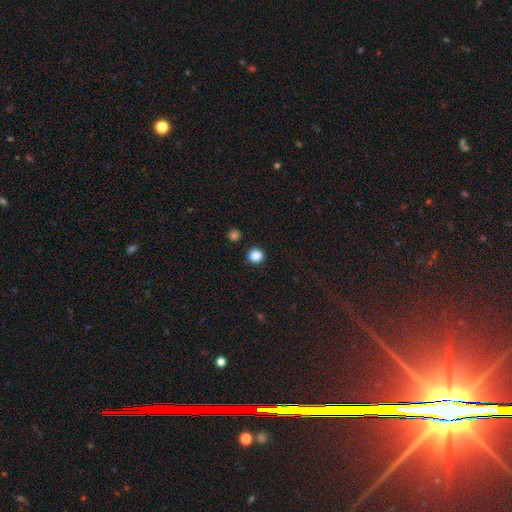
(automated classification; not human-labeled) This is clearly a smooth galaxy (87%). How rounded: clearly round (91%). Merging: clearly none (91%).